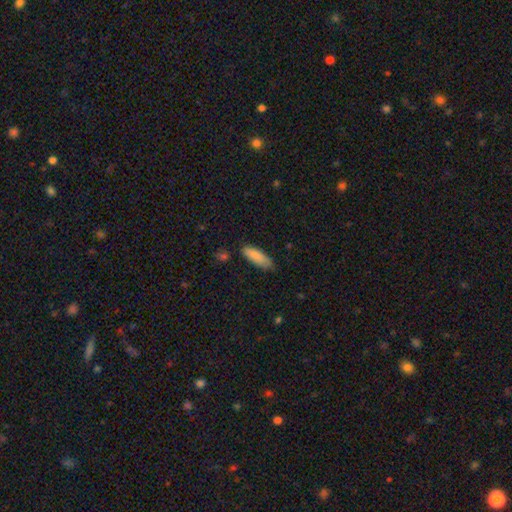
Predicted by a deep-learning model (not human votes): This appears to be a smooth galaxy with no disk features (87%) that is in between round and cigar-shaped (51%). Merging: none (76%).